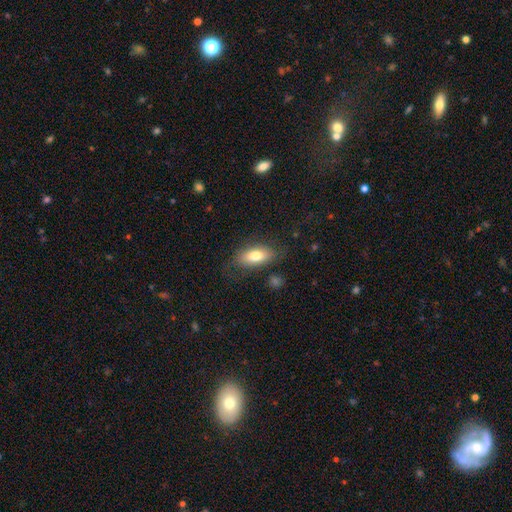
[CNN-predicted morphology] A smooth galaxy with no disk features (76%) that is in between round and cigar-shaped (86%).

Vote fractions:
- Smooth or featured? smooth: 76% / featured or disk: 17% / star or artifact: 7%
- How rounded? in between: 86% / cigar-shaped: 10% / round: 4%
- Merging? none: 74% / minor disturbance: 17% / major disturbance: 6% / merger: 2%